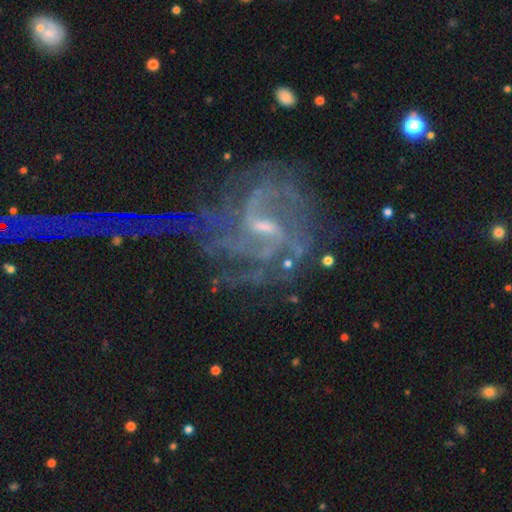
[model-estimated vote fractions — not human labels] Smooth or featured? Predicted: featured or disk (p=0.80). Edge-on disk? Predicted: no (p=0.97). Bar? Predicted: weak (p=0.52). Spiral arms? Predicted: yes (p=0.94). Spiral winding? Predicted: medium (p=0.45). Spiral arm count? Predicted: 2 (p=0.31). Bulge size? Predicted: small (p=0.64). Merging? Predicted: none (p=0.62).